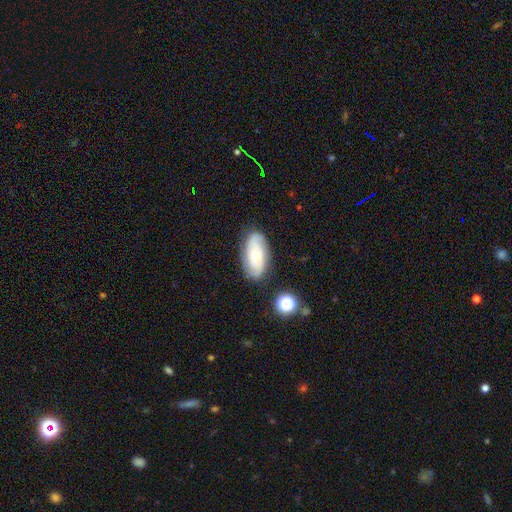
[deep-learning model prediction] Morphology: type=featured or disk (64%); edge-on=no (92%); bar=no (72%); spiral arms=yes (85%); winding=tight (52%); arm count=2 (48%); bulge=moderate (48%); merging=none (78%).